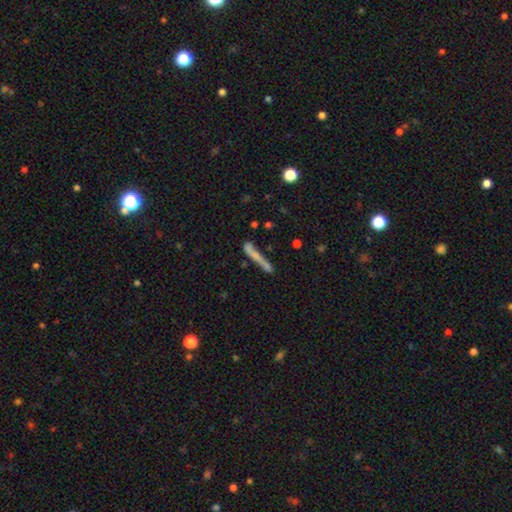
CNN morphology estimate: The model was most divided on "smooth or featured": smooth: 53%, featured or disk: 37%, star or artifact: 11%. More confident: how rounded — cigar-shaped (92%); merging — none (57%).